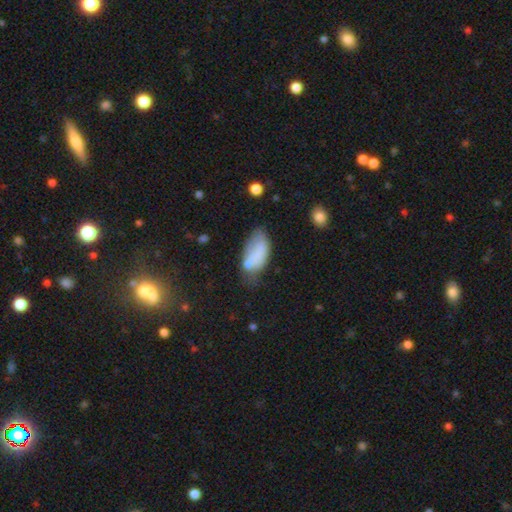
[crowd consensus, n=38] Smooth or featured? smooth (71%)
How rounded? in between (96%)
Merging? minor disturbance (53%)